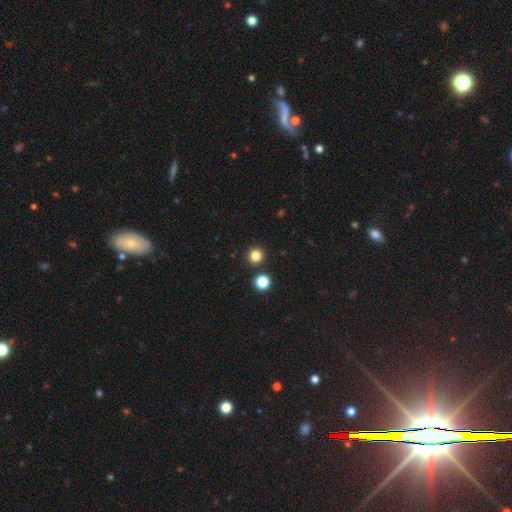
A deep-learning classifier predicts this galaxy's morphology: A smooth galaxy with no disk features (81%) that is round (95%).

Vote fractions:
- Smooth or featured? smooth: 81% / star or artifact: 14% / featured or disk: 4%
- How rounded? round: 95% / in between: 4% / cigar-shaped: 1%
- Merging? none: 89% / merger: 5% / minor disturbance: 5% / major disturbance: 2%